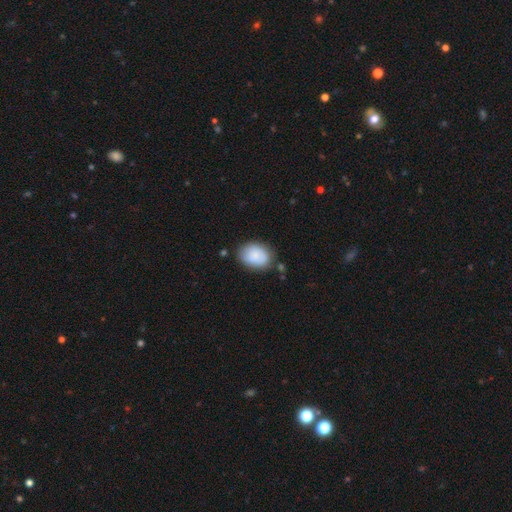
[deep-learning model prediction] smooth_or_featured: smooth (p=0.83) [alt: featured or disk p=0.11]
how_rounded: in between (p=0.76) [alt: round p=0.23]
merging: none (p=0.74) [alt: minor disturbance p=0.18]